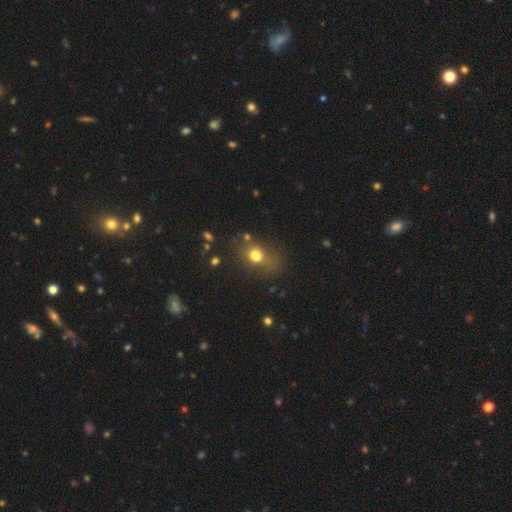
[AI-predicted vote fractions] Smooth or featured?
  - smooth: 70% *
  - star or artifact: 15%
  - featured or disk: 14%
How rounded?
  - in between: 55% *
  - round: 43%
  - cigar-shaped: 2%
Merging?
  - none: 62% *
  - minor disturbance: 19%
  - major disturbance: 12%
  - merger: 7%